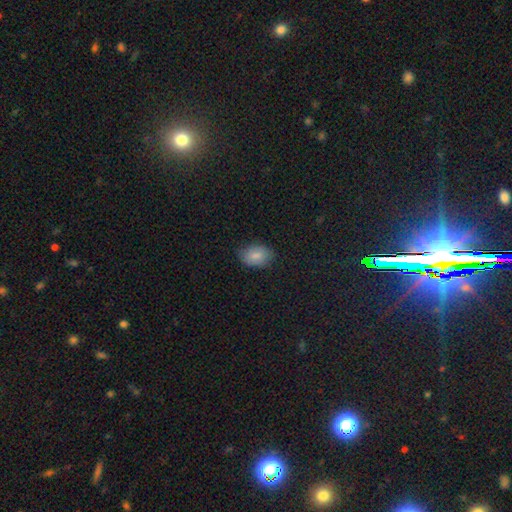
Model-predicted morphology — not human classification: A smooth galaxy with no disk features (85%) that is in between round and cigar-shaped (82%).

Vote fractions:
- Smooth or featured? smooth: 85% / featured or disk: 8% / star or artifact: 8%
- How rounded? in between: 82% / round: 17% / cigar-shaped: 1%
- Merging? none: 79% / minor disturbance: 16% / major disturbance: 3% / merger: 1%